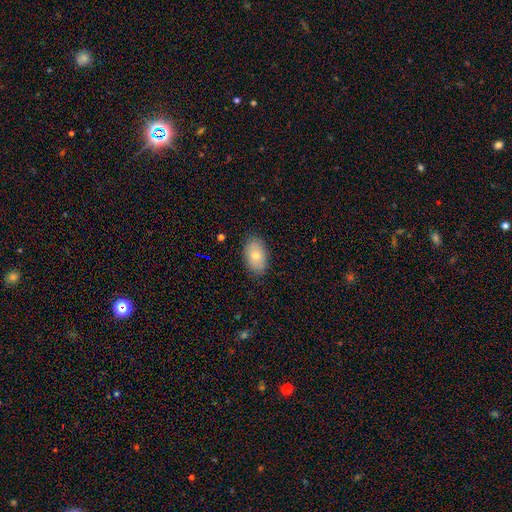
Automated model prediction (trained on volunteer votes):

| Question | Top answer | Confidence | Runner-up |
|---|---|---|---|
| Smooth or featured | smooth | 76% | featured or disk (17%) |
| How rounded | in between | 91% | round (7%) |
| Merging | none | 85% | minor disturbance (11%) |